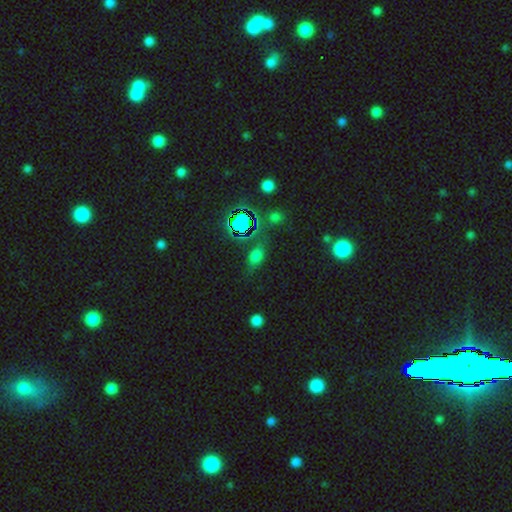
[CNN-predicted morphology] Overall: smooth (53%; star or artifact 34%). How rounded: in between (69%). Merging: none (66%).